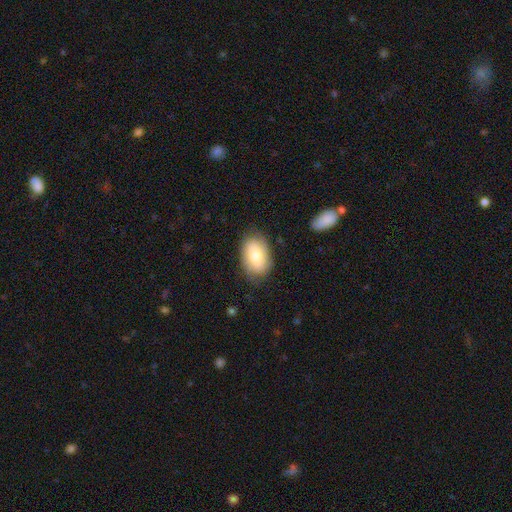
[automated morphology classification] Q: Smooth or featured?
A: smooth (75%); runner-up: featured or disk (19%)
Q: How rounded?
A: in between (90%); runner-up: round (9%)
Q: Merging?
A: none (76%); runner-up: minor disturbance (18%)